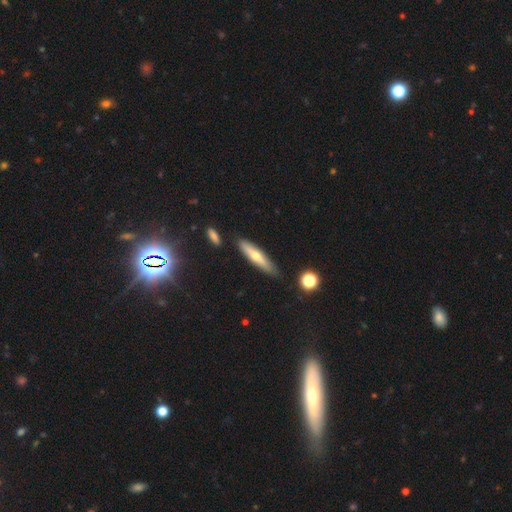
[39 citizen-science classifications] Smooth or featured? 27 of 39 (69%) said smooth. How rounded? 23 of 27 (85%) said cigar-shaped. Merging? 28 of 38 (74%) said none.